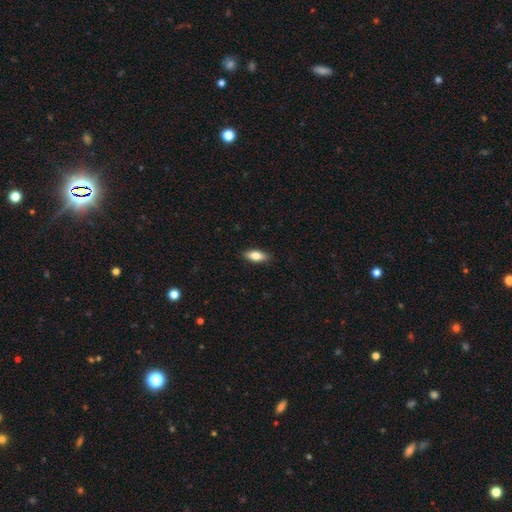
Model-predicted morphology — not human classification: smooth 77%, featured or disk 17%, star or artifact 6%. Down the decision tree: how rounded — in between (76%); merging — none (89%).